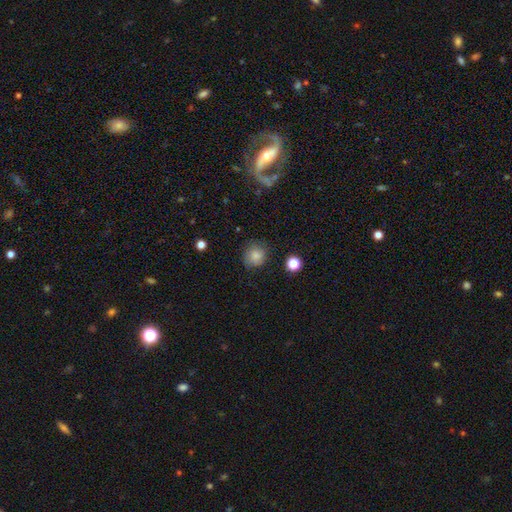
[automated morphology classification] Overall: smooth (82%). How rounded: round (85%). Merging: none (77%).